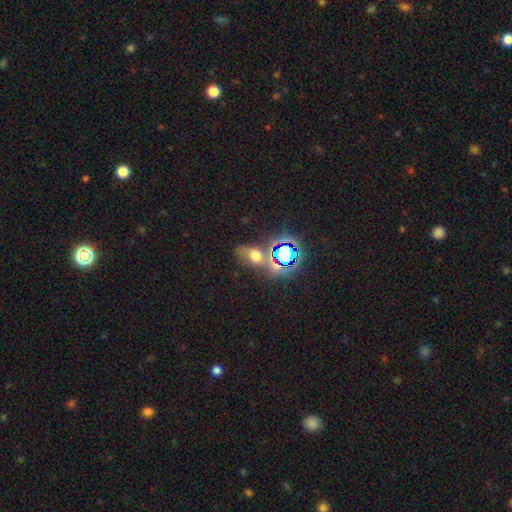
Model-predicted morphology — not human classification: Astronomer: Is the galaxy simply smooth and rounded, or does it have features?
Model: smooth — 47% (runner-up: star or artifact, 36%).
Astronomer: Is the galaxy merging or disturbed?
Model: none — 56%.